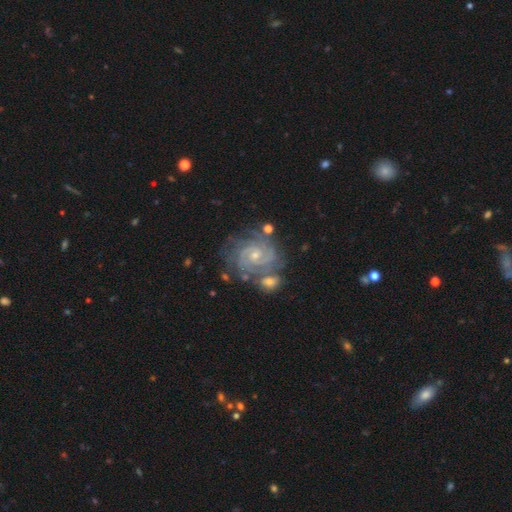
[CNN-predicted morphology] featured or disk 89%, star or artifact 6%, smooth 5%. Down the decision tree: edge-on disk — no (98%); bar — no (67%); spiral arms — yes (98%); spiral arm count — 2 (27%, tied with 3); spiral winding — tight (76%); bulge size — small (65%); merging — none (62%).